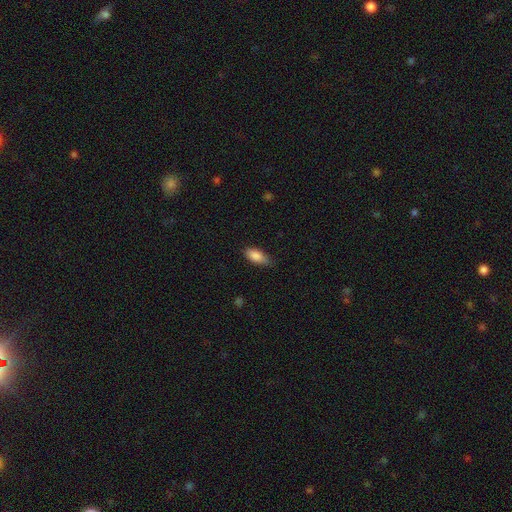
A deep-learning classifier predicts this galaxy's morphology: smooth_or_featured: smooth (p=0.87) [alt: star or artifact p=0.07]
how_rounded: in between (p=0.86) [alt: cigar-shaped p=0.12]
merging: none (p=0.76) [alt: minor disturbance p=0.19]